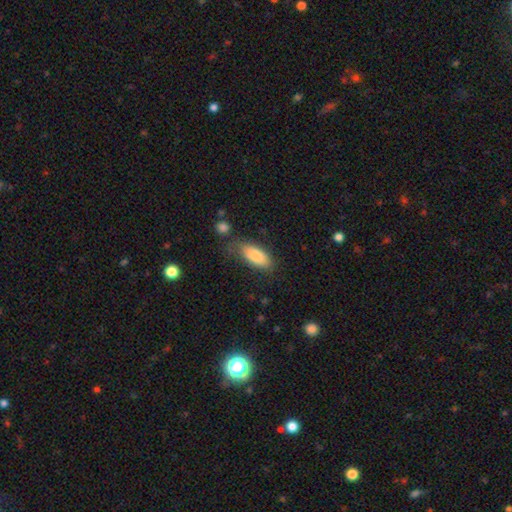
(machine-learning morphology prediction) A smooth galaxy with no disk features (85%) that is in between round and cigar-shaped (84%). Merging: none (64%).